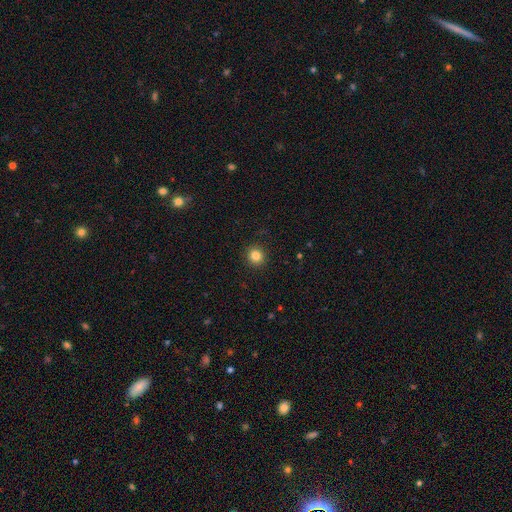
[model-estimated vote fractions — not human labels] smooth-or-featured: smooth: 84% | star or artifact: 12% | featured or disk: 5%
  how-rounded: round: 91% | in between: 8% | cigar-shaped: 1%
  merging: none: 92% | minor disturbance: 5% | major disturbance: 2% | merger: 1%